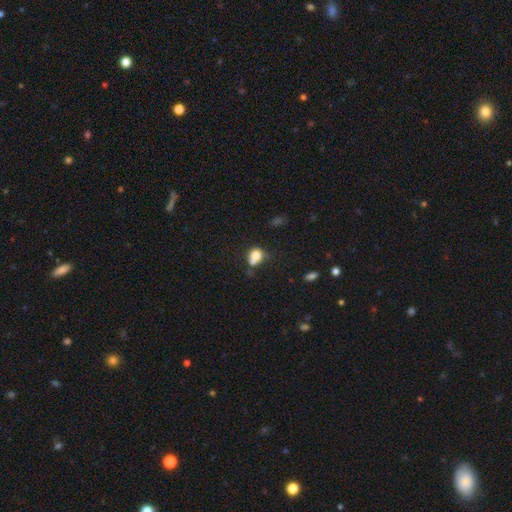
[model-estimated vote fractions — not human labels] Smooth or featured? Predicted: smooth (p=0.75). How rounded? Predicted: round (p=0.74). Merging? Predicted: merger (p=0.42).